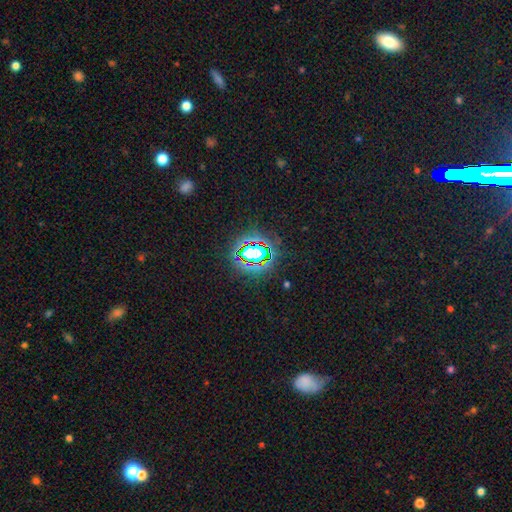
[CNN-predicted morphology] Smooth or featured?
  - star or artifact: 75% *
  - smooth: 15%
  - featured or disk: 10%